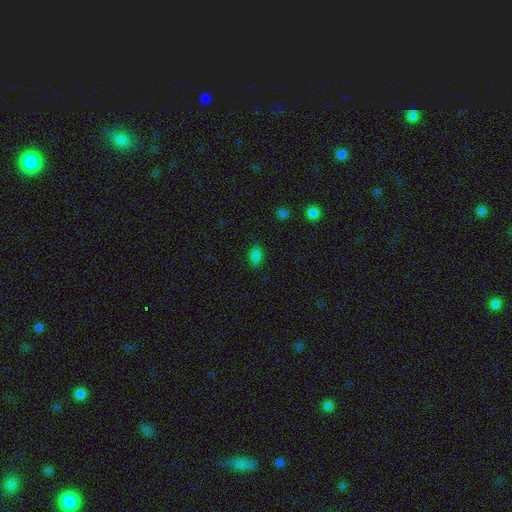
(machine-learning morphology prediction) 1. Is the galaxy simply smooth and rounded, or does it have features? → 82% smooth, 14% star or artifact, 5% featured or disk.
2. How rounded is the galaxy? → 89% in between, 6% cigar-shaped, 5% round.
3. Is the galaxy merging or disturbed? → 83% none, 12% minor disturbance, 3% major disturbance, 1% merger.